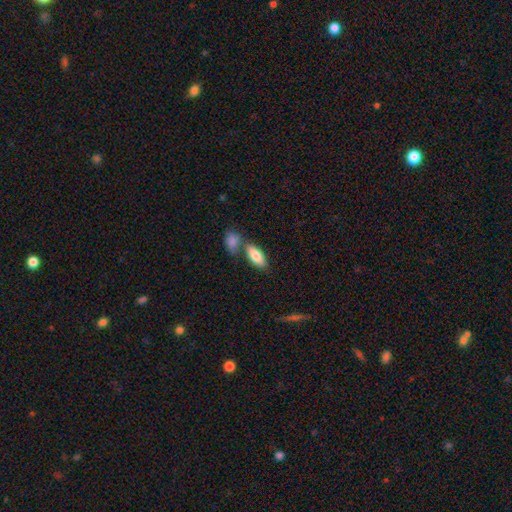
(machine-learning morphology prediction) Q: Smooth or featured?
A: smooth (82%); runner-up: featured or disk (12%)
Q: How rounded?
A: in between (84%); runner-up: cigar-shaped (14%)
Q: Merging?
A: none (56%); runner-up: merger (29%)